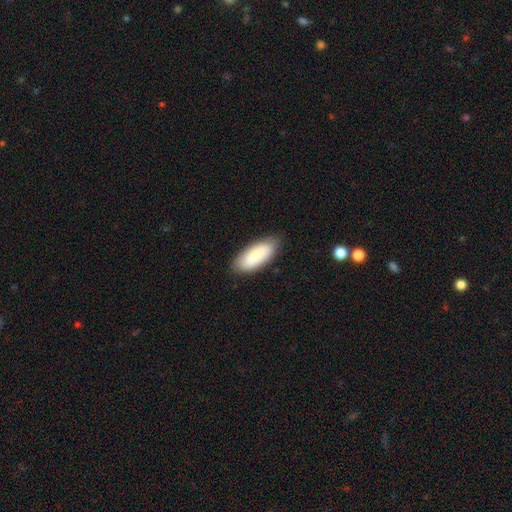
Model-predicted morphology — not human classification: Smooth or featured? smooth (86%)
How rounded? in between (82%)
Merging? none (82%)